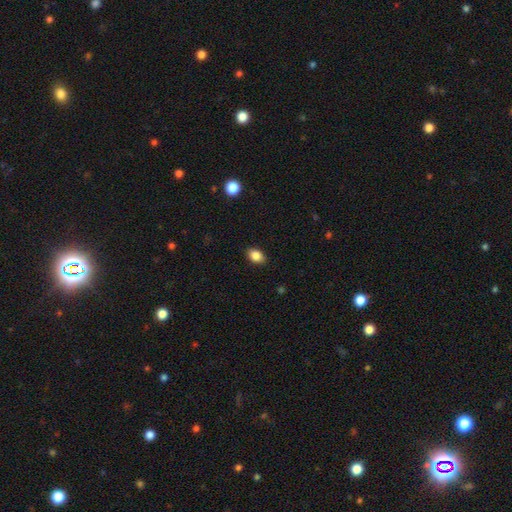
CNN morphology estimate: type=smooth (86%); roundness=in between (80%); merging=none (88%).